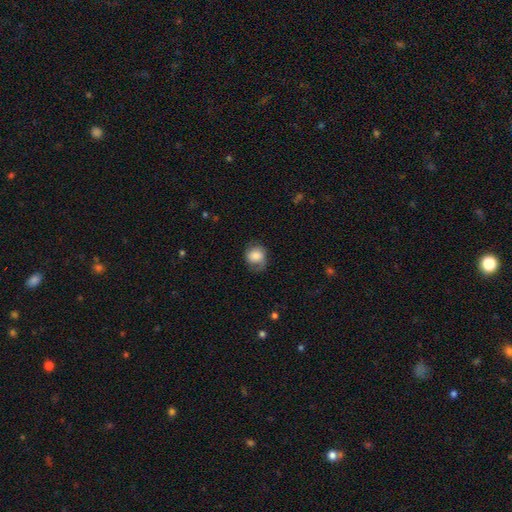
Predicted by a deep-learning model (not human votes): Smooth or featured? smooth (68%)
How rounded? round (68%)
Merging? none (54%)